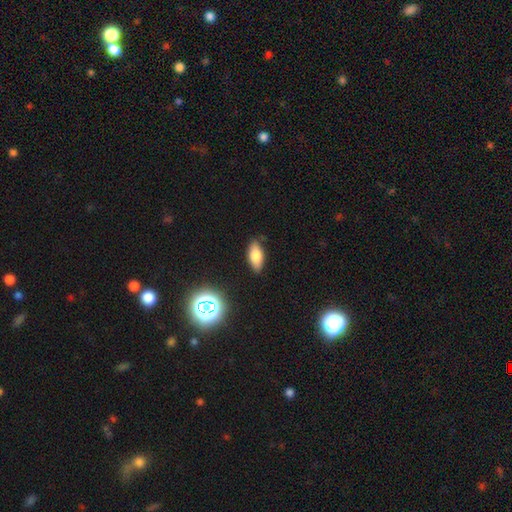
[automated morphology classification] smooth_or_featured: smooth (p=0.75) [alt: featured or disk p=0.14]
how_rounded: in between (p=0.82) [alt: cigar-shaped p=0.14]
merging: none (p=0.84) [alt: minor disturbance p=0.12]